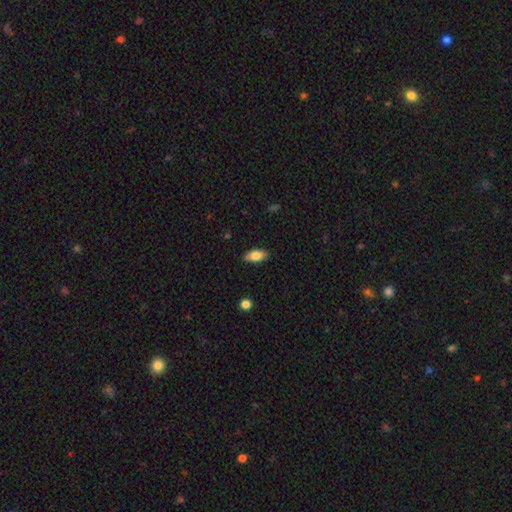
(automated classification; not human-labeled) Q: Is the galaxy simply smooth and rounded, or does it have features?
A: smooth — 78%.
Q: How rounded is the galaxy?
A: in between — 86%.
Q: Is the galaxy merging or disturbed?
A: none — 87%.